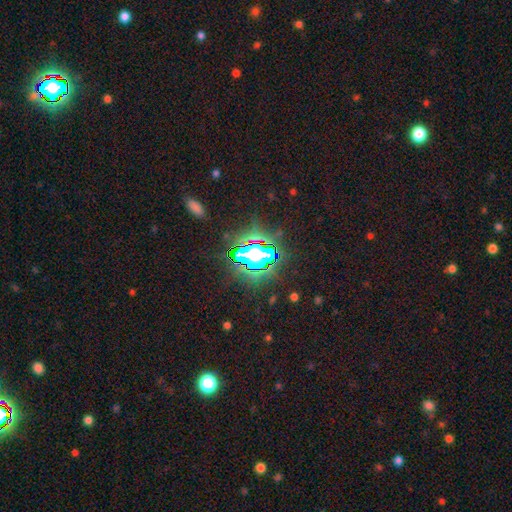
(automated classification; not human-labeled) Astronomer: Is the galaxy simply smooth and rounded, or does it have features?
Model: star or artifact — 80%.